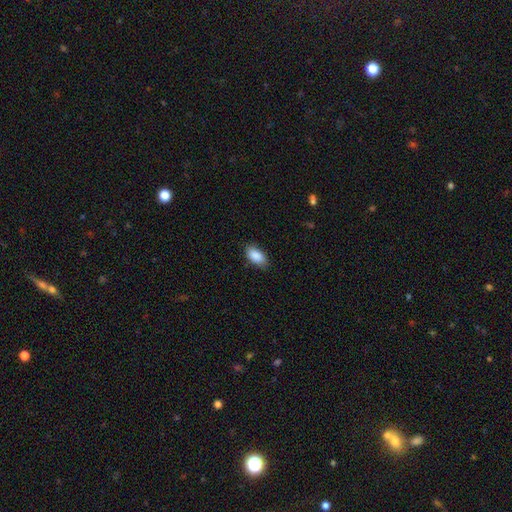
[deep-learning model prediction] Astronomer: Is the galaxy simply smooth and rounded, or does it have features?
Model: smooth — 89%.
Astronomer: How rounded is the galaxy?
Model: in between — 93%.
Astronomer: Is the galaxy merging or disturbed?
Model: none — 83%.